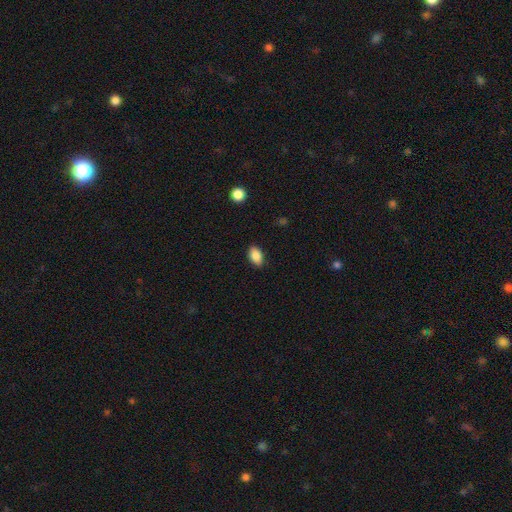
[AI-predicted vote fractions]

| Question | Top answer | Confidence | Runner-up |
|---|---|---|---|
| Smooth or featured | smooth | 88% | star or artifact (8%) |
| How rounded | in between | 90% | round (7%) |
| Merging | none | 87% | minor disturbance (10%) |